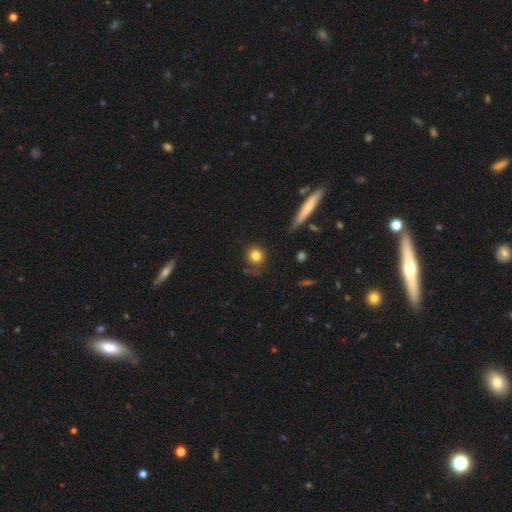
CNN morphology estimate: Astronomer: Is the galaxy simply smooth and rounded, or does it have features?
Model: smooth — 80%.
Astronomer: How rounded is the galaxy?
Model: round — 89%.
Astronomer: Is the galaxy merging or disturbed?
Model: none — 75%.